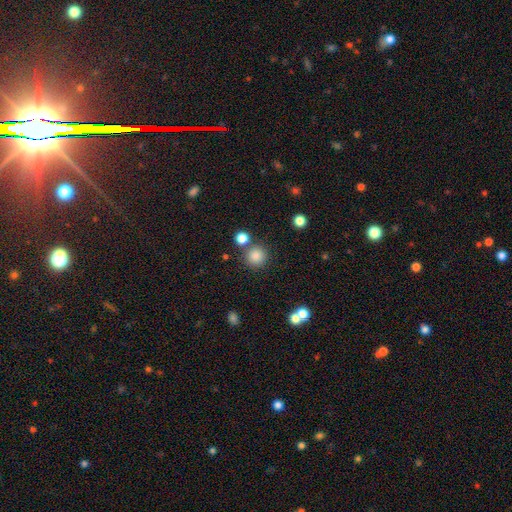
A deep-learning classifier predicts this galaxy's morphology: This appears to be a smooth galaxy with no disk features (85%) that is round (94%). Merging: none (80%).